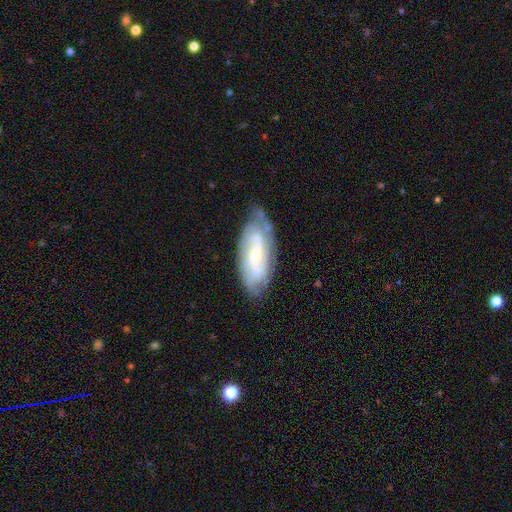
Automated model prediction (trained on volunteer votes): This appears to be a featured or disk galaxy (72%) with no bar (48%), tight (56%) spiral arms (88%) and a small central bulge (60%). Merging: none (69%).